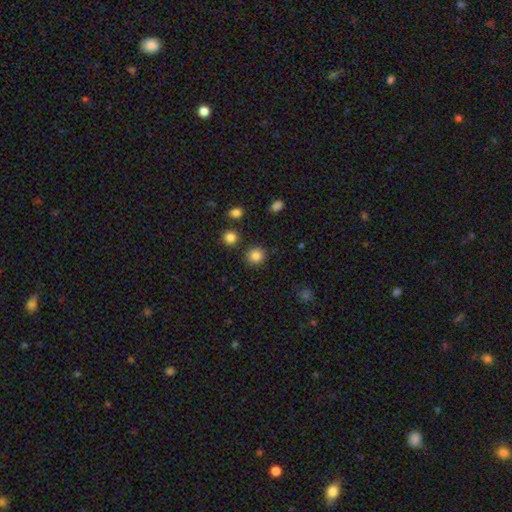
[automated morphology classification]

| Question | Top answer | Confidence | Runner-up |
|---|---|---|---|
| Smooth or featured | smooth | 85% | star or artifact (11%) |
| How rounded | round | 89% | in between (10%) |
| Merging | none | 86% | minor disturbance (7%) |